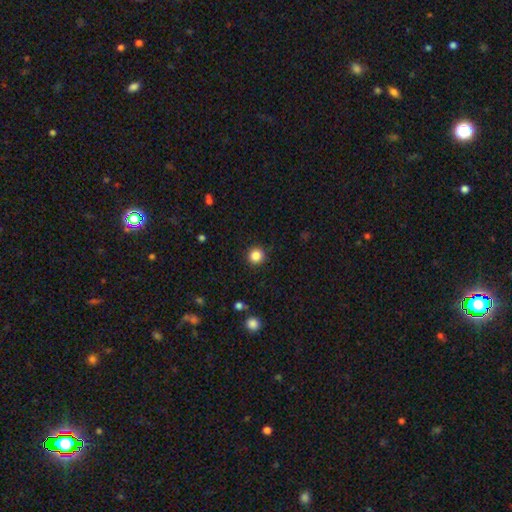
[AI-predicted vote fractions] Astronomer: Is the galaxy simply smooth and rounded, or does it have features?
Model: smooth — 85%.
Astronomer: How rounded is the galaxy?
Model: round — 94%.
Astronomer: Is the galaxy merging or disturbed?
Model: none — 91%.